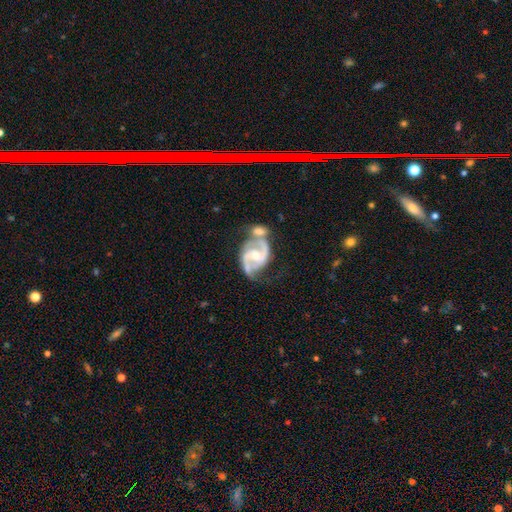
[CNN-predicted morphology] smooth-or-featured: featured or disk: 92% | star or artifact: 4% | smooth: 4%
  disk-edge-on: no: 98% | yes: 2%
    bar: weak: 44% | no: 39% | strong: 17%
    has-spiral-arms: yes: 98% | no: 2%
      spiral-winding: medium: 56% | tight: 32% | loose: 12%
      spiral-arm-count: 2: 88% | 3: 5% | can't tell: 3% | 1: 1% | 4: 1% | more than 4: 1%
    bulge-size: moderate: 59% | small: 33% | large: 4% | none: 3% | dominant: 1%
  merging: none: 37% | merger: 34% | minor disturbance: 19% | major disturbance: 11%